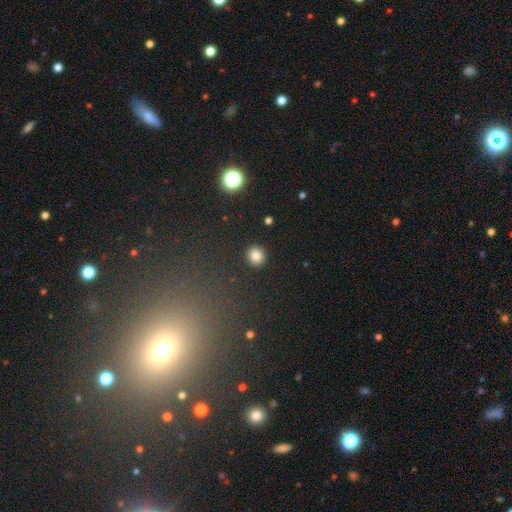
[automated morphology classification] smooth_or_featured: smooth (p=0.84) [alt: star or artifact p=0.11]
how_rounded: round (p=0.88) [alt: in between p=0.11]
merging: none (p=0.92) [alt: minor disturbance p=0.05]